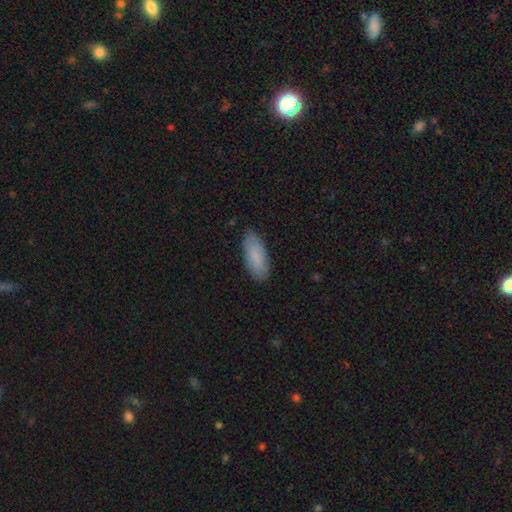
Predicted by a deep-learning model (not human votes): A smooth galaxy with no disk features (88%) that is in between round and cigar-shaped (76%). Merging: none (86%).